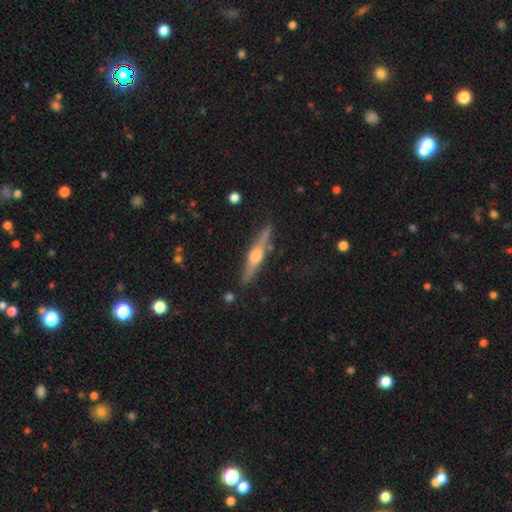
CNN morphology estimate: type=featured or disk (75%); edge-on=yes (97%); edge-on bulge=rounded (91%); merging=none (85%).